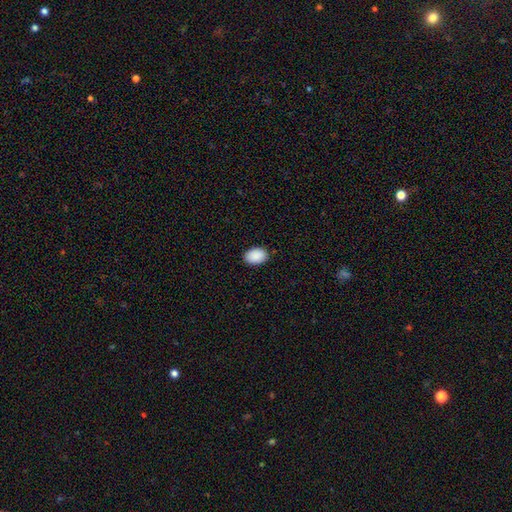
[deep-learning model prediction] Smooth or featured? smooth (91%)
How rounded? in between (85%)
Merging? none (89%)